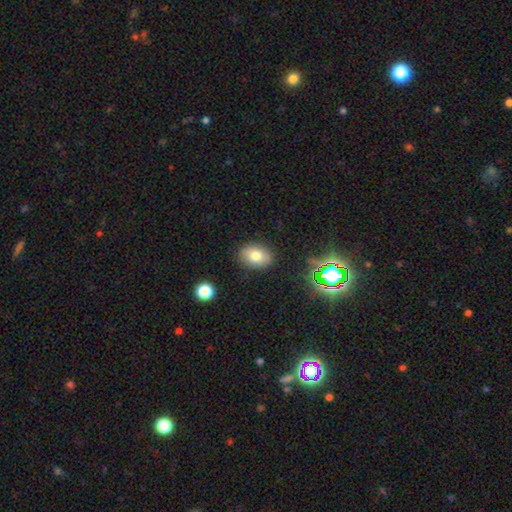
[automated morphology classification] A smooth galaxy with no disk features (77%) that is in between round and cigar-shaped (76%).

Vote fractions:
- Smooth or featured? smooth: 77% / star or artifact: 12% / featured or disk: 11%
- How rounded? in between: 76% / round: 23% / cigar-shaped: 1%
- Merging? none: 85% / minor disturbance: 10% / major disturbance: 3% / merger: 2%